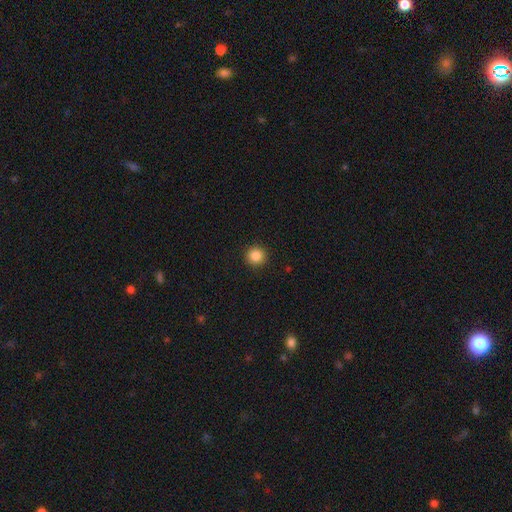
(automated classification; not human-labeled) A smooth galaxy with no disk features (86%) that is round (95%). Merging: none (92%).